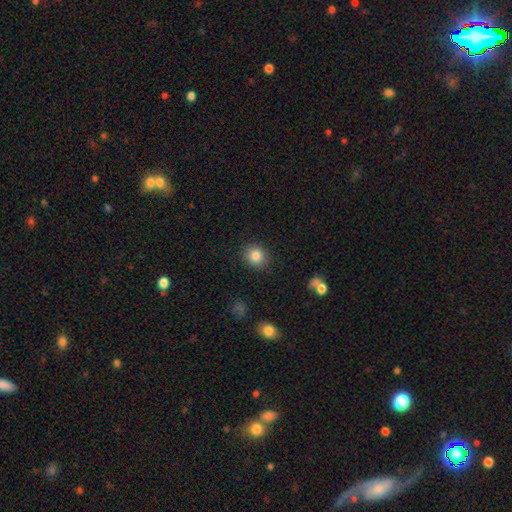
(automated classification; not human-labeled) Q: Smooth or featured?
A: smooth (84%); runner-up: star or artifact (10%)
Q: How rounded?
A: round (77%); runner-up: in between (22%)
Q: Merging?
A: none (89%); runner-up: minor disturbance (7%)